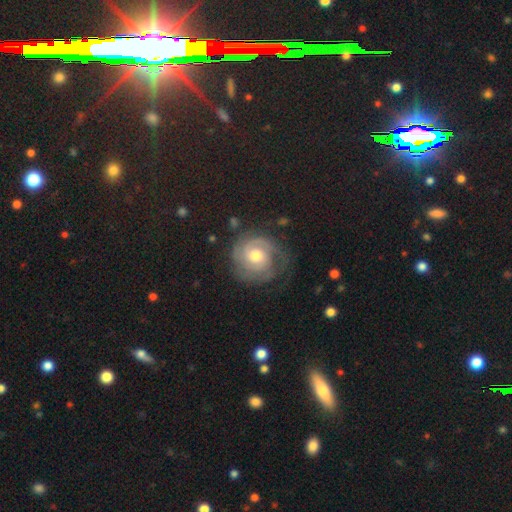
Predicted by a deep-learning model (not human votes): smooth-or-featured: featured or disk: 77% | smooth: 17% | star or artifact: 6%
  disk-edge-on: no: 98% | yes: 2%
    bar: no: 71% | weak: 25% | strong: 4%
    has-spiral-arms: yes: 92% | no: 8%
      spiral-winding: tight: 68% | medium: 25% | loose: 7%
      spiral-arm-count: 2: 37% | can't tell: 29% | 3: 15% | 1: 10% | 4: 5% | more than 4: 4%
    bulge-size: moderate: 72% | small: 17% | large: 9% | none: 1% | dominant: 1%
  merging: none: 70% | minor disturbance: 18% | major disturbance: 10% | merger: 1%